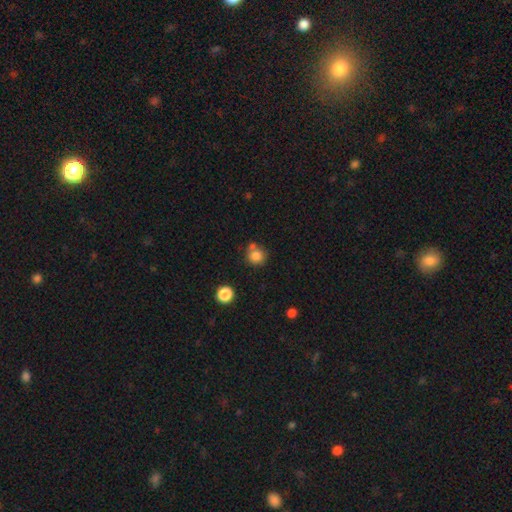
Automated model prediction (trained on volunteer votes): smooth_or_featured: smooth (p=0.82) [alt: star or artifact p=0.11]
how_rounded: round (p=0.89) [alt: in between p=0.10]
merging: none (p=0.61) [alt: merger p=0.22]